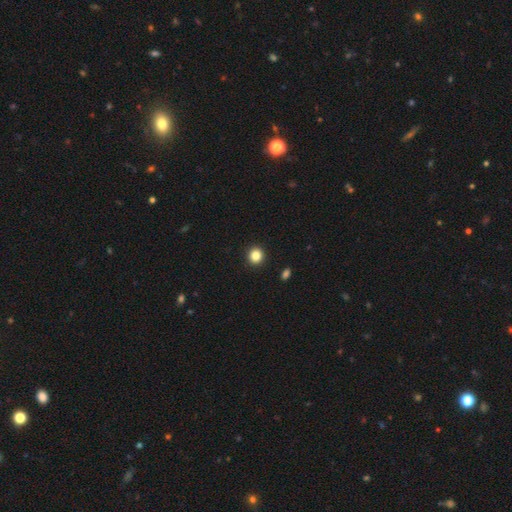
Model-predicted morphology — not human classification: type=smooth (85%); roundness=round (88%); merging=none (93%).